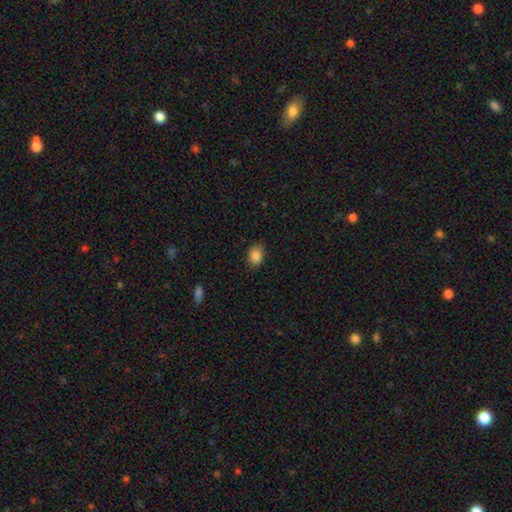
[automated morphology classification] smooth_or_featured: smooth (p=0.86) [alt: star or artifact p=0.10]
how_rounded: in between (p=0.56) [alt: round p=0.43]
merging: none (p=0.79) [alt: minor disturbance p=0.17]